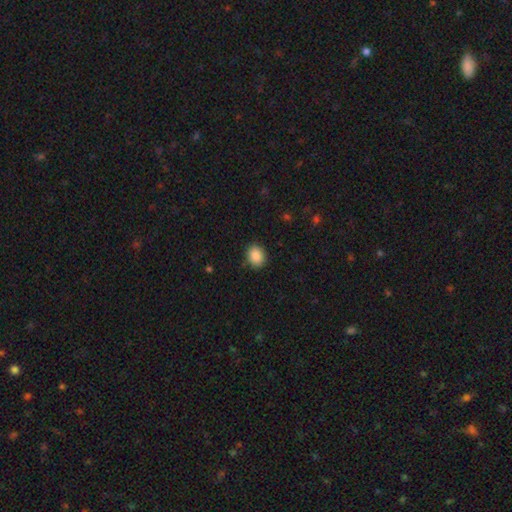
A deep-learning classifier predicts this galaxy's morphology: Smooth or featured? smooth (88%)
How rounded? in between (51%)
Merging? none (88%)